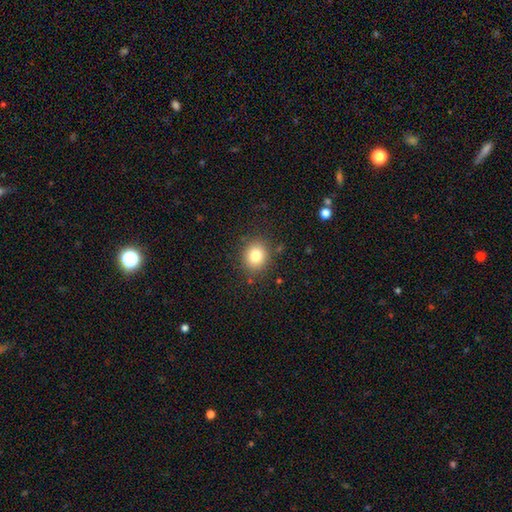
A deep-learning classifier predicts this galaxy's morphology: This is clearly a smooth galaxy (80%). How rounded: likely round (79%). Merging: clearly none (86%).